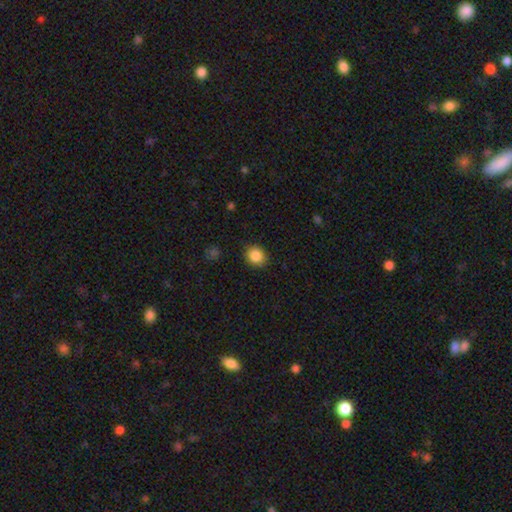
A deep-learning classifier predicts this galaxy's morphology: This appears to be a smooth galaxy with no disk features (87%) that is round (75%). Merging: none (88%).